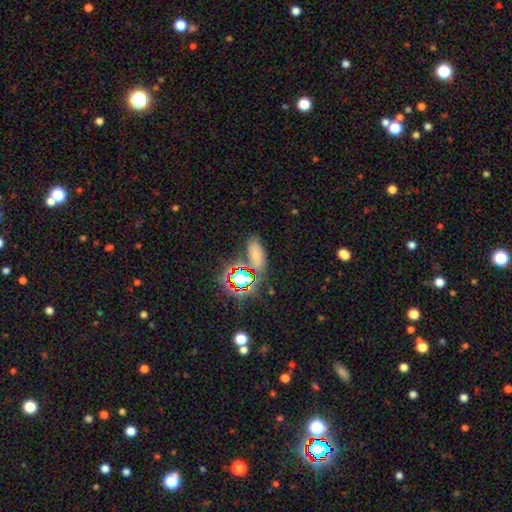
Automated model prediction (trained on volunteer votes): smooth-or-featured: smooth: 62% | star or artifact: 28% | featured or disk: 9%
  how-rounded: in between: 81% | cigar-shaped: 12% | round: 7%
  merging: none: 71% | minor disturbance: 15% | merger: 9% | major disturbance: 6%